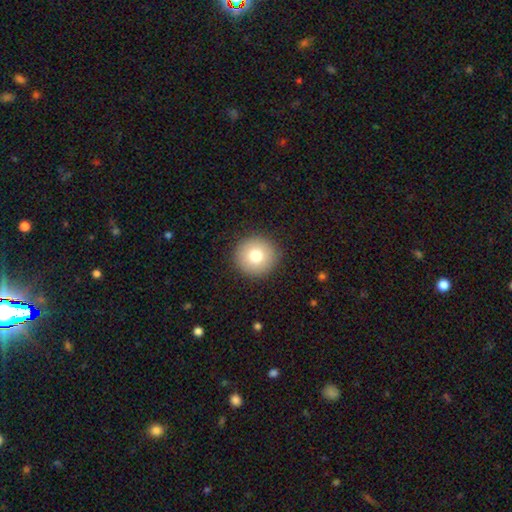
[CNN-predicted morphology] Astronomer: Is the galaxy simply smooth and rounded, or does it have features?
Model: smooth — 76%.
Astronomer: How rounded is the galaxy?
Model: round — 95%.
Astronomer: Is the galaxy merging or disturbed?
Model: none — 91%.